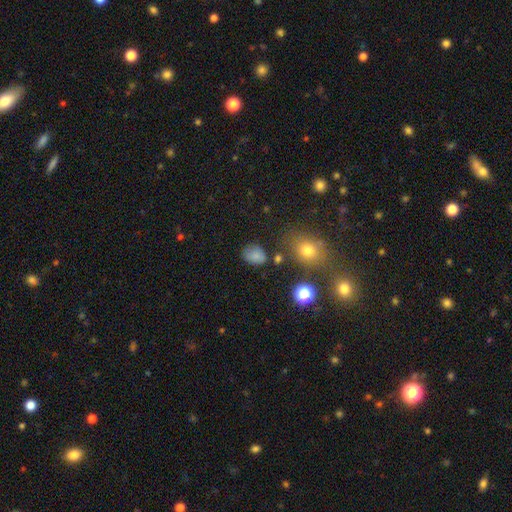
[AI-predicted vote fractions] This appears to be a smooth galaxy with no disk features (78%) that is in between round and cigar-shaped (60%). Merging: none (69%).